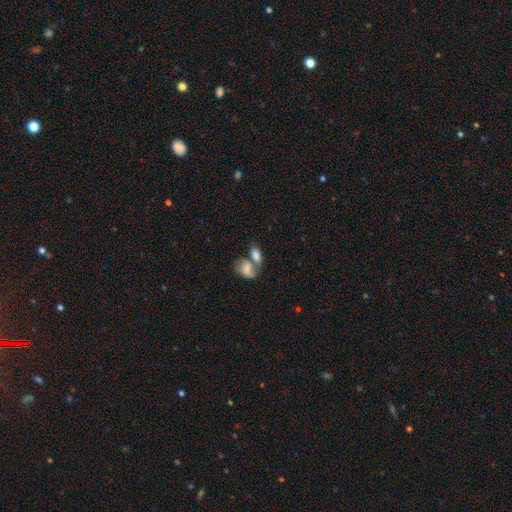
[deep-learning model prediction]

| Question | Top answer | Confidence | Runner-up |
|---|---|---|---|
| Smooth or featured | smooth | 73% | featured or disk (18%) |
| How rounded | in between | 84% | round (13%) |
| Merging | merger | 58% | none (25%) |